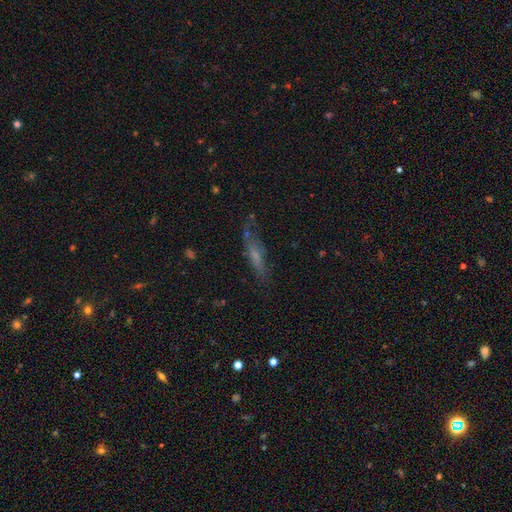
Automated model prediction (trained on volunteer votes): Smooth or featured: smooth — 50% (featured or disk — 37%)
How rounded: cigar-shaped — 79% (in between — 19%)
Merging: none — 64% (minor disturbance — 22%)